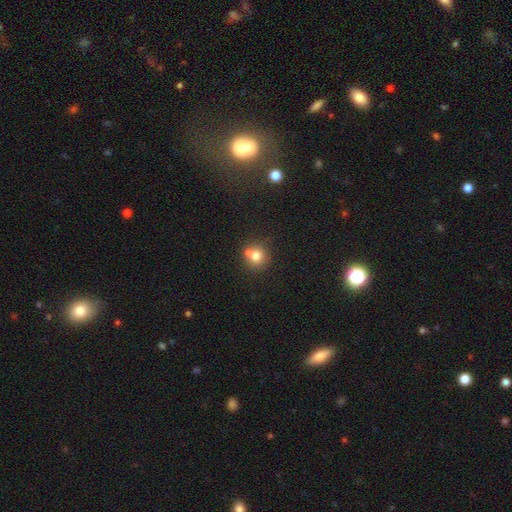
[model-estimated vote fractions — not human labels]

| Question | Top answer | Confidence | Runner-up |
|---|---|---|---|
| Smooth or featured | smooth | 74% | featured or disk (14%) |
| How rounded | round | 89% | in between (11%) |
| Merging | none | 54% | merger (34%) |